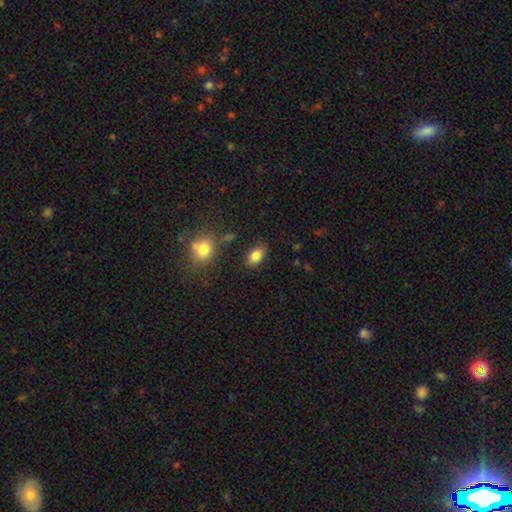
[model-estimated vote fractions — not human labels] Morphology: type=smooth (84%); roundness=in between (89%); merging=none (82%).